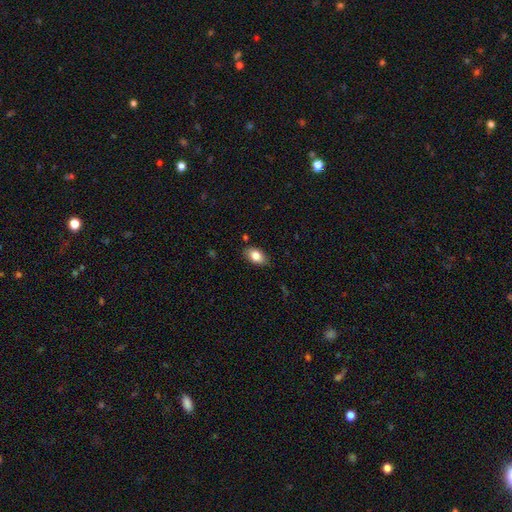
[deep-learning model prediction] Smooth or featured: smooth — 83% (featured or disk — 10%)
How rounded: in between — 90% (round — 8%)
Merging: none — 83% (minor disturbance — 13%)